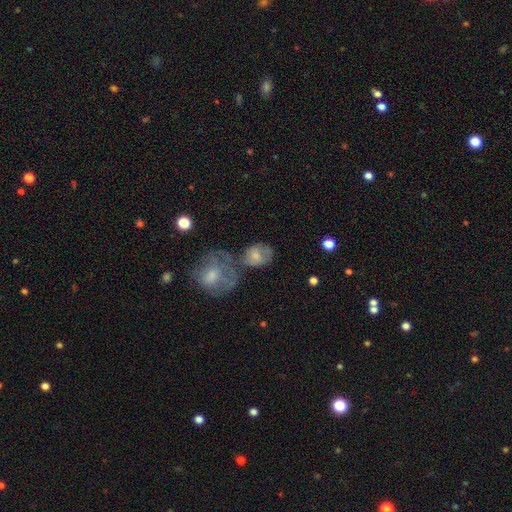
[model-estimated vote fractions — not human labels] smooth 59%, featured or disk 33%, star or artifact 9%. Down the decision tree: how rounded — round (50%); merging — none (39%).